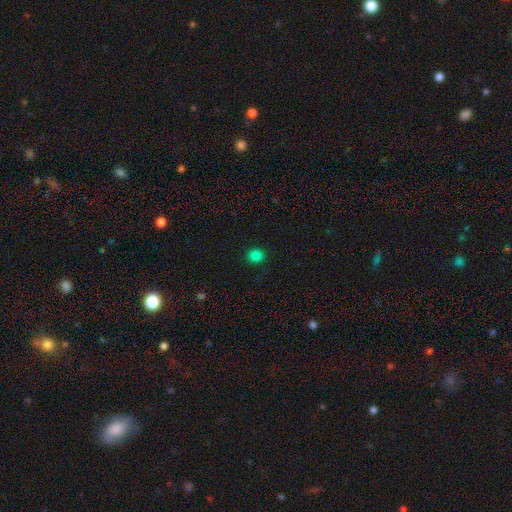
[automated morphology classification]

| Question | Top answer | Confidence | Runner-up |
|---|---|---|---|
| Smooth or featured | smooth | 83% | star or artifact (14%) |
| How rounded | round | 77% | in between (22%) |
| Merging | none | 92% | minor disturbance (6%) |